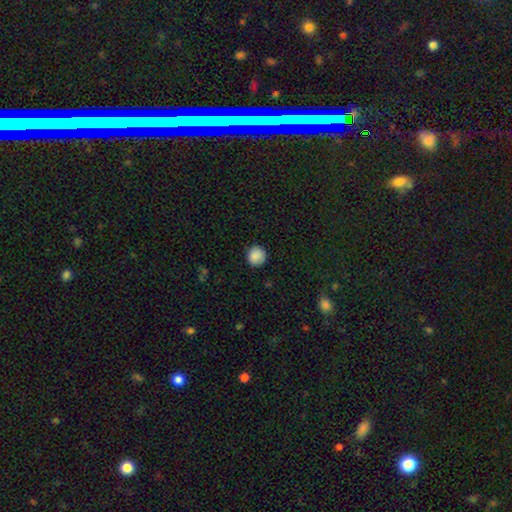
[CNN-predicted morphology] Q: Smooth or featured?
A: smooth (88%); runner-up: star or artifact (9%)
Q: How rounded?
A: round (93%); runner-up: in between (6%)
Q: Merging?
A: none (89%); runner-up: minor disturbance (8%)